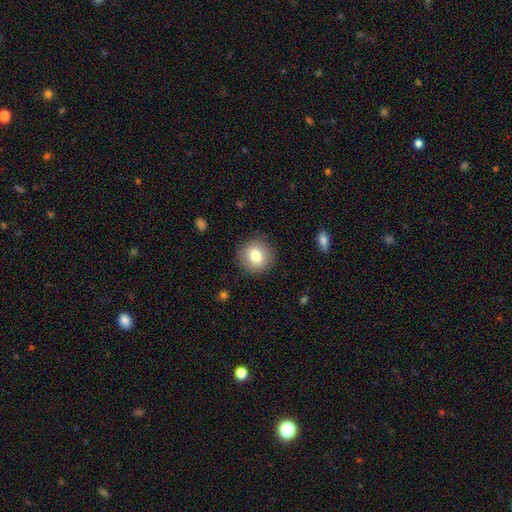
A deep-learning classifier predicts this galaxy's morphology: A smooth galaxy with no disk features (80%) that is round (91%).

Vote fractions:
- Smooth or featured? smooth: 80% / featured or disk: 11% / star or artifact: 9%
- How rounded? round: 91% / in between: 8% / cigar-shaped: 1%
- Merging? none: 89% / minor disturbance: 7% / major disturbance: 2% / merger: 1%